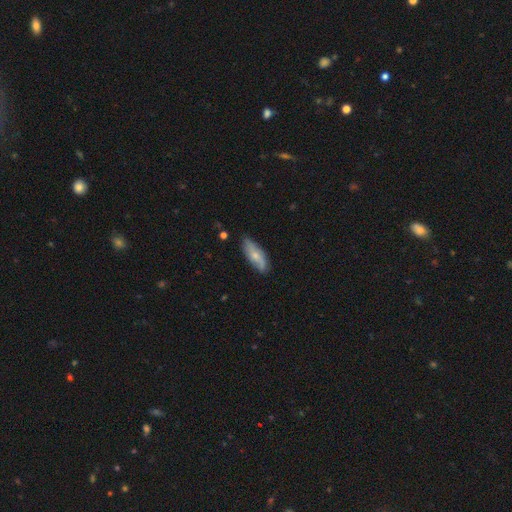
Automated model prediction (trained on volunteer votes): Smooth or featured: smooth — 49% (featured or disk — 45%)
Merging: none — 72% (minor disturbance — 22%)